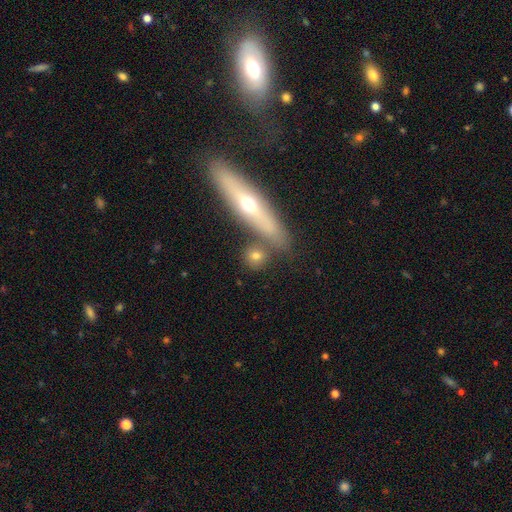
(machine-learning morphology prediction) smooth 70%, featured or disk 20%, star or artifact 10%. Down the decision tree: how rounded — round (68%); merging — none (69%).